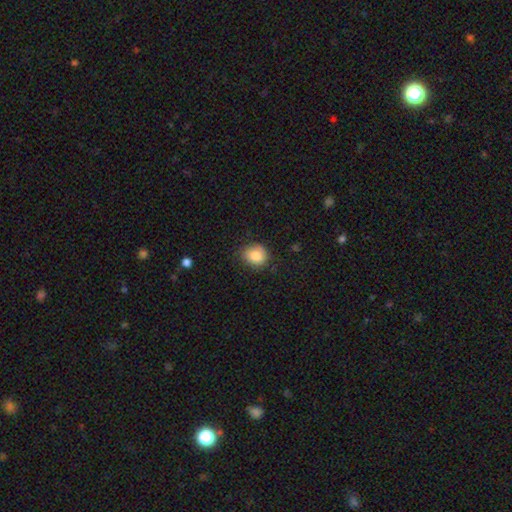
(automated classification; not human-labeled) smooth 85%, star or artifact 9%, featured or disk 7%. Down the decision tree: how rounded — round (71%); merging — none (73%).